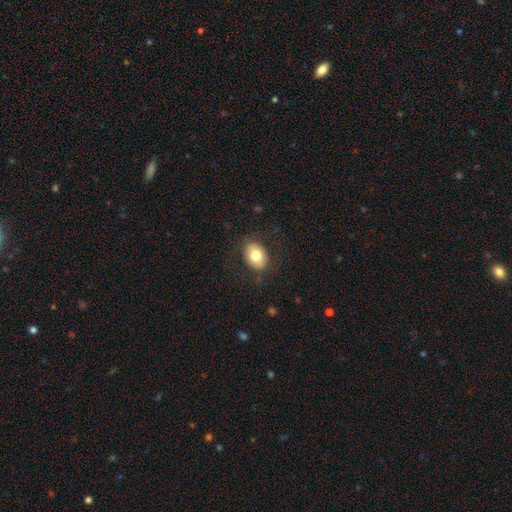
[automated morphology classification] smooth 79%, featured or disk 14%, star or artifact 8%. Down the decision tree: how rounded — in between (76%); merging — none (84%).